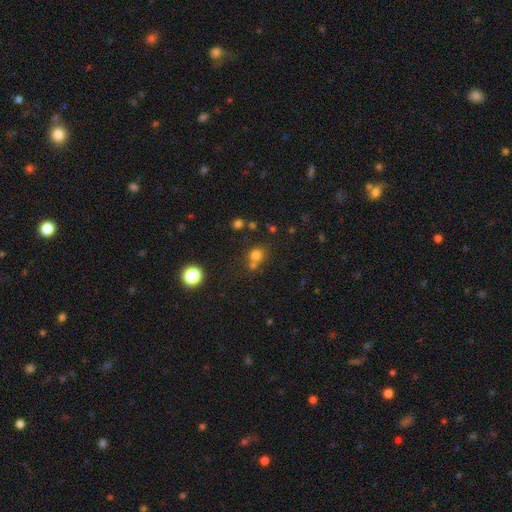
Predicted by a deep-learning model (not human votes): The model was most divided on "merging": none: 55%, merger: 32%, minor disturbance: 9%, major disturbance: 4%. More confident: how rounded — round (84%); smooth or featured — smooth (73%).